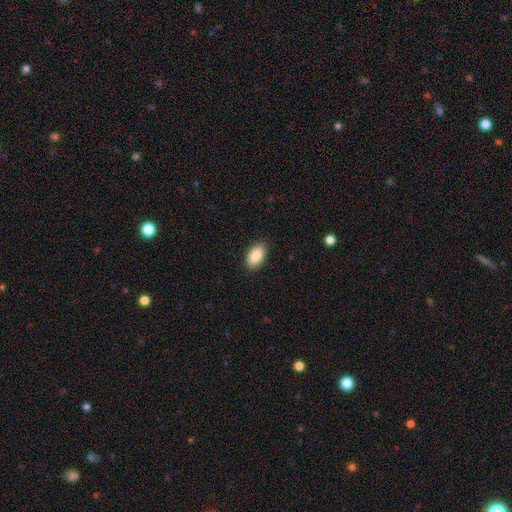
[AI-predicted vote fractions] A smooth galaxy with no disk features (88%) that is in between round and cigar-shaped (94%). Merging: none (89%).